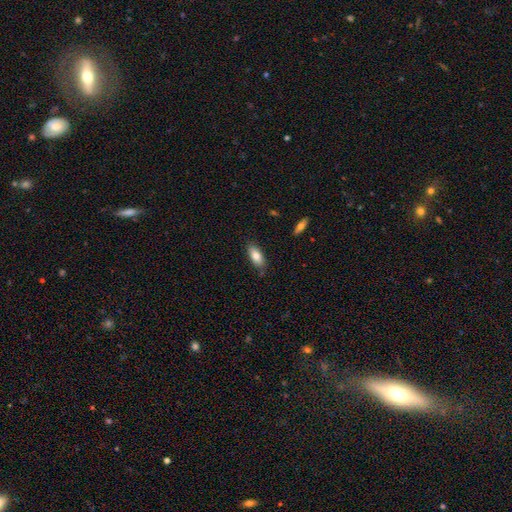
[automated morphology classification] type=smooth (79%); roundness=in between (85%); merging=none (81%).